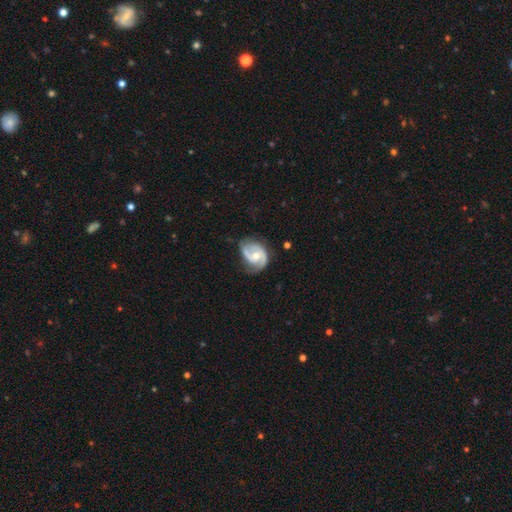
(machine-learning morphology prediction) Overall: featured or disk (85%). Edge-on disk: no (98%). Bar: no (56%; weak 35%). Spiral arms: yes (95%). Spiral arm count: 2 (81%). Spiral winding: medium (47%; tight 35%). Bulge size: moderate (68%). Merging: none (58%; minor disturbance 27%).